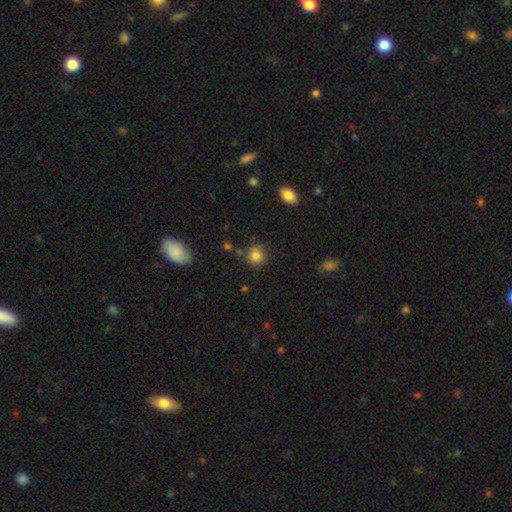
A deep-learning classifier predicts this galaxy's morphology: smooth_or_featured: smooth (p=0.82) [alt: star or artifact p=0.12]
how_rounded: round (p=0.85) [alt: in between p=0.14]
merging: none (p=0.80) [alt: minor disturbance p=0.13]